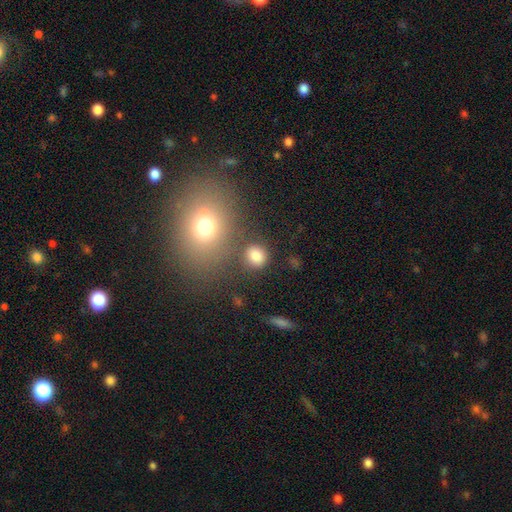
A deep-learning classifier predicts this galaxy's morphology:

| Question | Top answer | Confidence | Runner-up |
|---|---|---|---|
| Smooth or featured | smooth | 83% | star or artifact (11%) |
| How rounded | round | 73% | in between (25%) |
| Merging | none | 75% | minor disturbance (11%) |